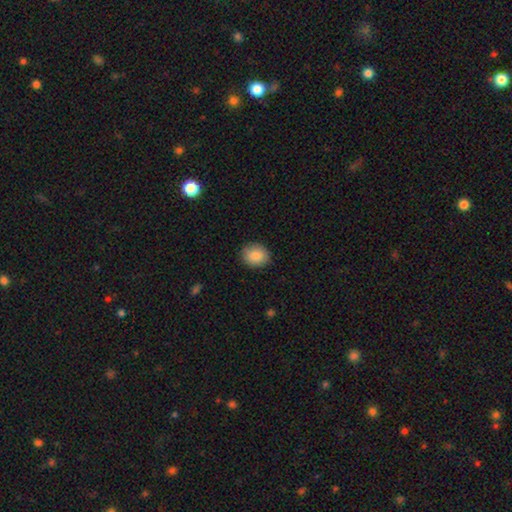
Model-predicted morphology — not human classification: smooth-or-featured: smooth: 86% | star or artifact: 8% | featured or disk: 6%
  how-rounded: round: 64% | in between: 35% | cigar-shaped: 1%
  merging: none: 89% | minor disturbance: 8% | major disturbance: 2% | merger: 1%